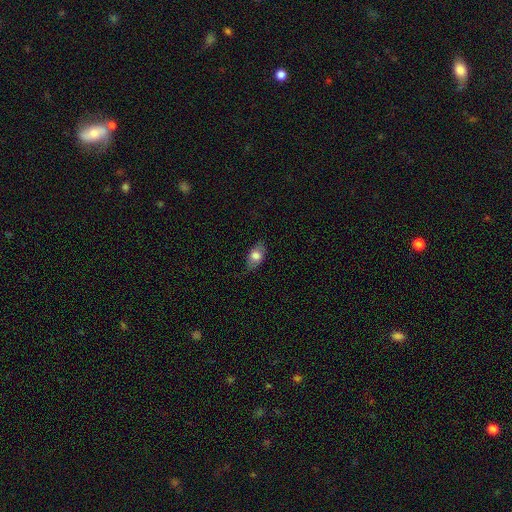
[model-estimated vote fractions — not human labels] Q: Smooth or featured?
A: smooth (73%); runner-up: featured or disk (20%)
Q: How rounded?
A: in between (87%); runner-up: round (9%)
Q: Merging?
A: none (74%); runner-up: minor disturbance (20%)